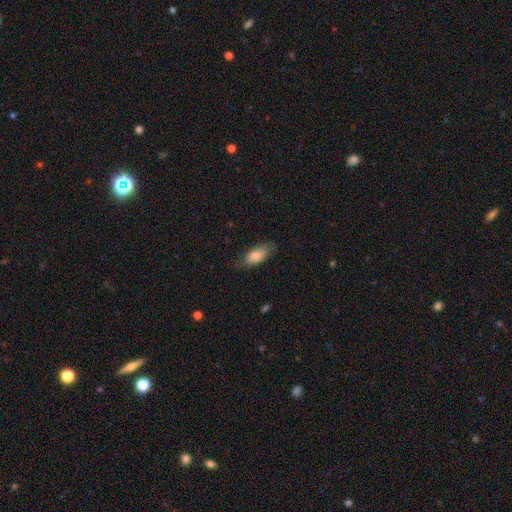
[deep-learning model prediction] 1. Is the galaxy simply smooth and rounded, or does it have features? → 79% smooth, 15% featured or disk, 6% star or artifact.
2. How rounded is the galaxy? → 83% in between, 14% cigar-shaped, 3% round.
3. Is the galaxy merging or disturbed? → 73% none, 20% minor disturbance, 6% major disturbance, 1% merger.